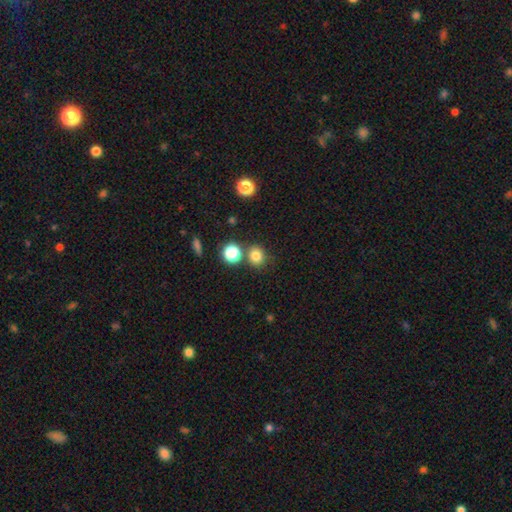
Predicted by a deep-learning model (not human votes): A smooth galaxy with no disk features (80%) that is round (81%). Merging: none (74%).